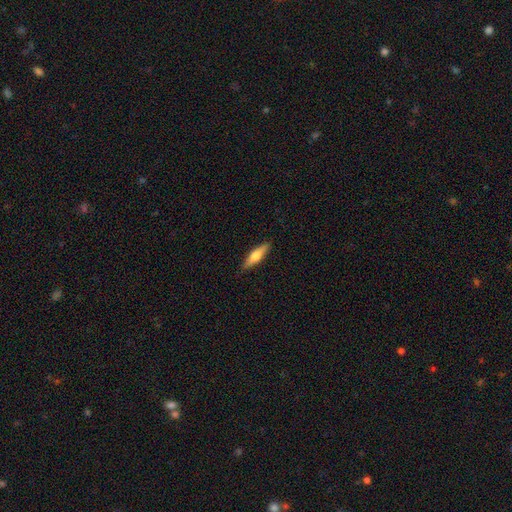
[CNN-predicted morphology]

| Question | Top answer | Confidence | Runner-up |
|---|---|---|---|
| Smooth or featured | smooth | 60% | featured or disk (34%) |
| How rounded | cigar-shaped | 68% | in between (30%) |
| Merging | none | 88% | minor disturbance (9%) |